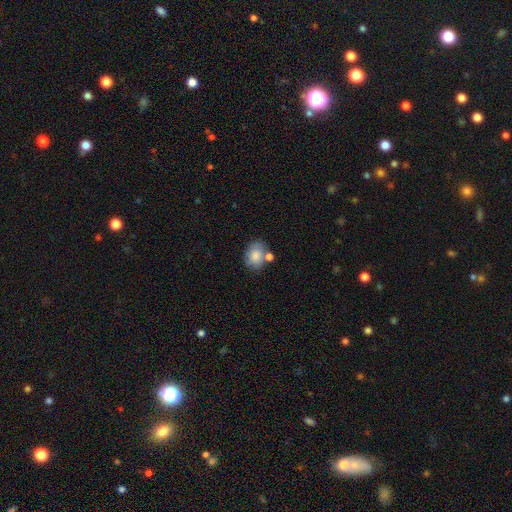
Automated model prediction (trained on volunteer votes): The model was most divided on "how rounded": in between: 60%, round: 39%, cigar-shaped: 1%. More confident: smooth or featured — smooth (80%); merging — none (55%).